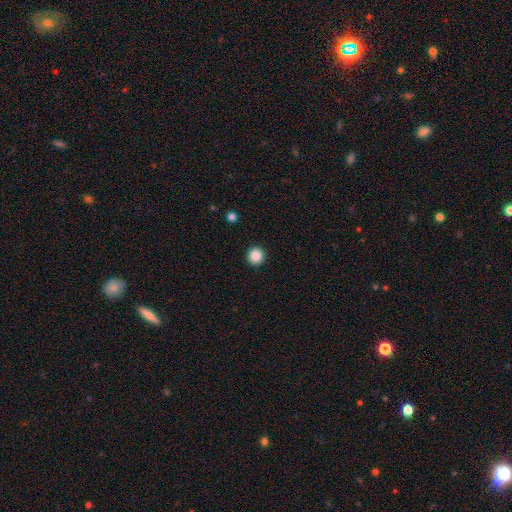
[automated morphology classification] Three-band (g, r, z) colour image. It shows a smooth galaxy with no disk features (87%) that is round (95%). Merging: none (93%).